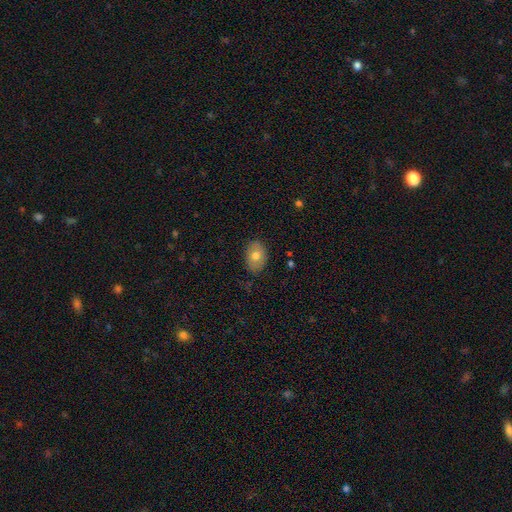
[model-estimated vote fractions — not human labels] Overall: smooth (72%). How rounded: in between (77%). Merging: none (83%).